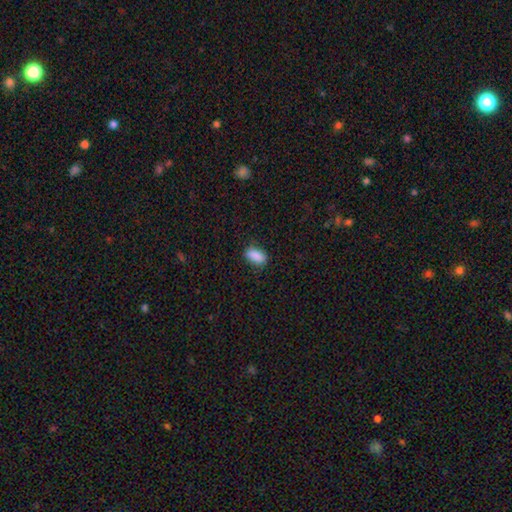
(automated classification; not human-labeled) The model was most divided on "merging": none: 81%, minor disturbance: 15%, major disturbance: 3%, merger: 1%. More confident: smooth or featured — smooth (88%); how rounded — in between (88%).